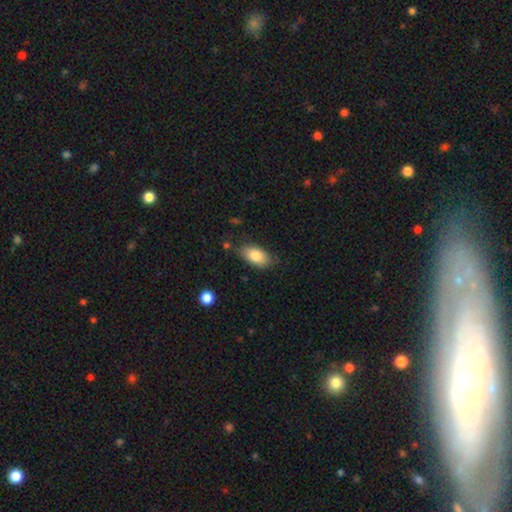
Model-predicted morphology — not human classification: smooth-or-featured: smooth: 83% | featured or disk: 10% | star or artifact: 7%
  how-rounded: in between: 92% | round: 4% | cigar-shaped: 4%
  merging: none: 79% | minor disturbance: 16% | major disturbance: 3% | merger: 2%